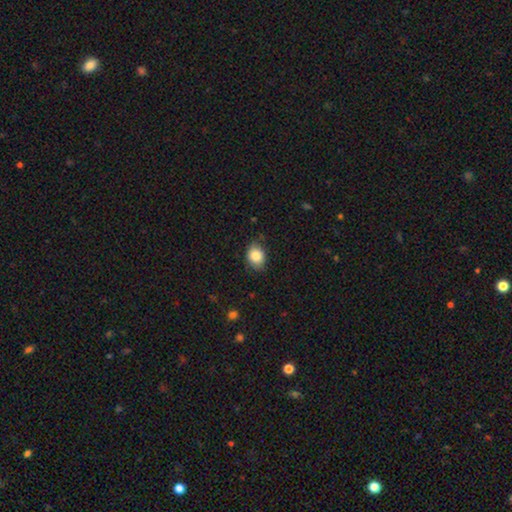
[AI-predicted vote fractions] Morphology: type=smooth (84%); roundness=in between (57%); merging=none (73%).